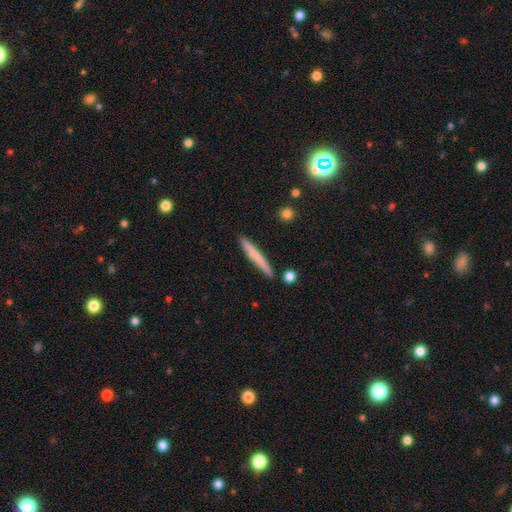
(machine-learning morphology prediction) Overall: smooth (66%; featured or disk 28%). How rounded: cigar-shaped (96%). Merging: none (90%).